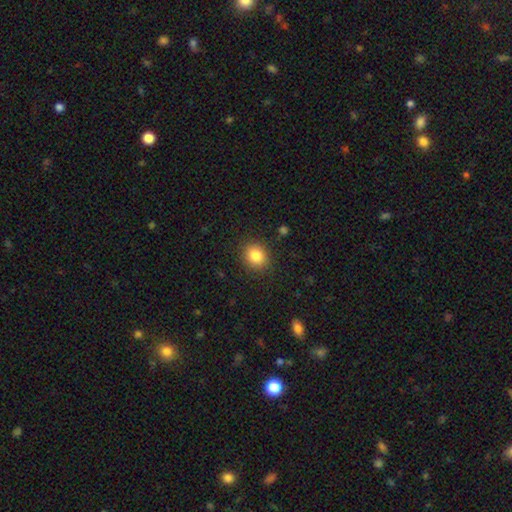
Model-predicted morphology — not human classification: Smooth or featured: smooth — 84% (star or artifact — 10%)
How rounded: round — 73% (in between — 26%)
Merging: none — 88% (minor disturbance — 8%)